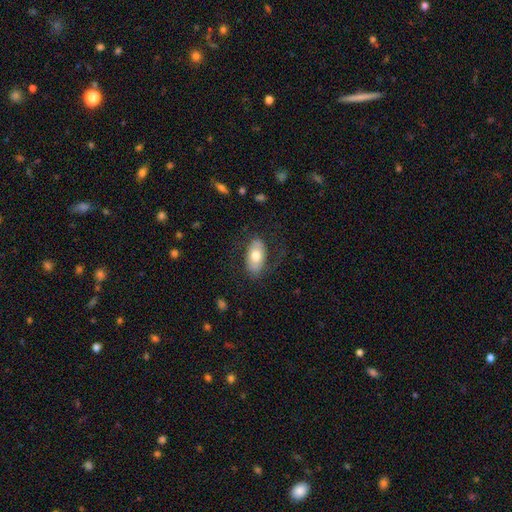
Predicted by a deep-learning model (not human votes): smooth 67%, featured or disk 27%, star or artifact 6%. Down the decision tree: how rounded — in between (94%); merging — none (74%).